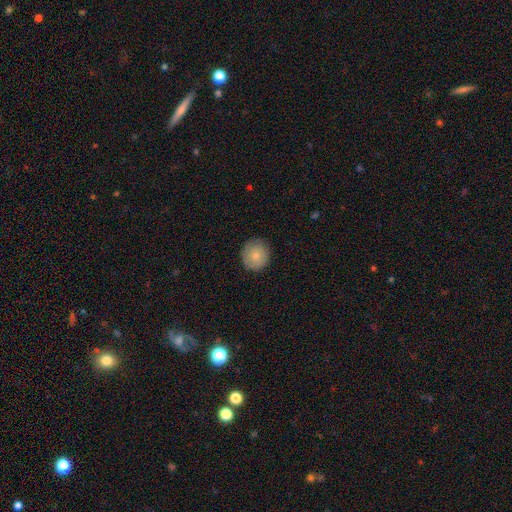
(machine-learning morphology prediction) This appears to be a smooth galaxy with no disk features (79%) that is round (91%). Merging: none (85%).